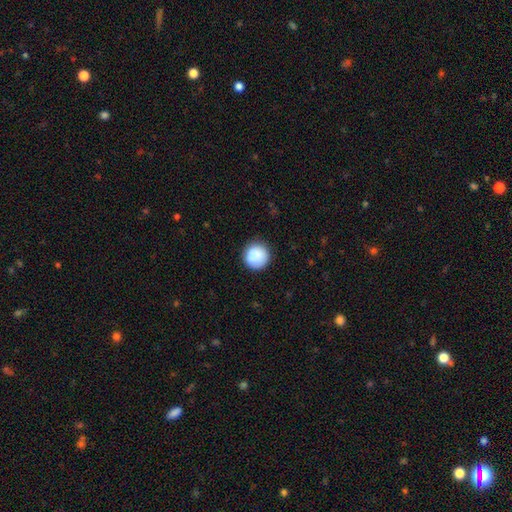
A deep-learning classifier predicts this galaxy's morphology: The model was most divided on "merging": none: 87%, minor disturbance: 9%, major disturbance: 2%, merger: 1%. More confident: how rounded — round (95%); smooth or featured — smooth (87%).